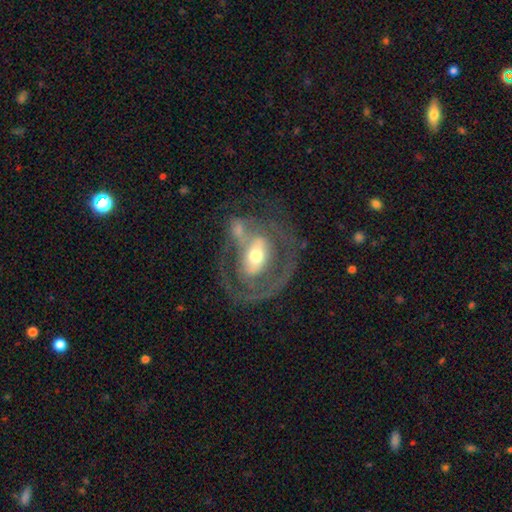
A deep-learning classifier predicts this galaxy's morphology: The model was most divided on "bar": no: 35%, strong: 33%, weak: 32%. Remaining: edge-on disk — no (94%); smooth or featured — featured or disk (74%); bulge size — moderate (64%); spiral arms — yes (58%); merging — none (45%).